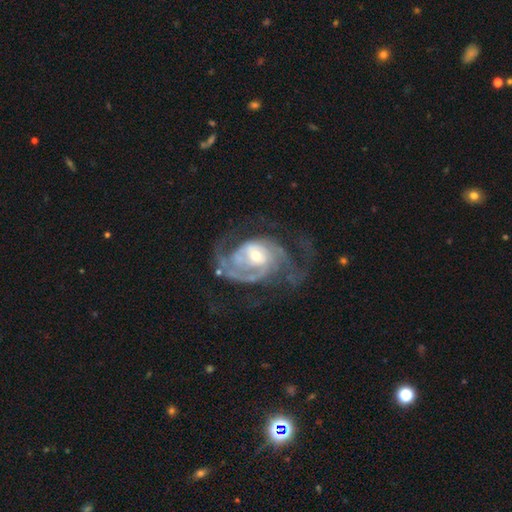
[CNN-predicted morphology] A featured or disk galaxy (90%) with no bar (55%), 2 (41%) tight (43%, tied with medium) spiral arms (96%) and a moderate central bulge (48%). Merging: none (52%).